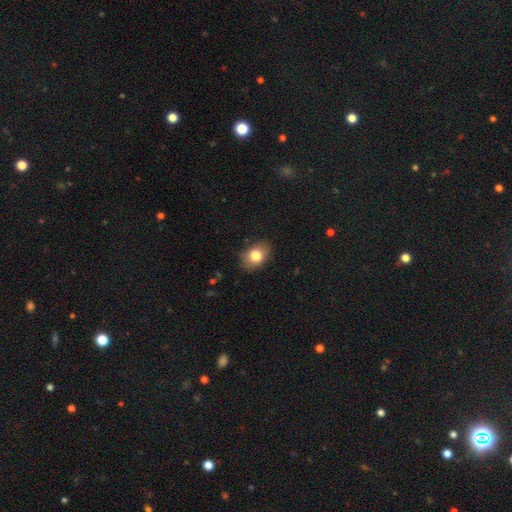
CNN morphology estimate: A smooth galaxy with no disk features (80%) that is in between round and cigar-shaped (70%).

Vote fractions:
- Smooth or featured? smooth: 80% / featured or disk: 11% / star or artifact: 9%
- How rounded? in between: 70% / round: 29% / cigar-shaped: 1%
- Merging? none: 81% / minor disturbance: 14% / major disturbance: 3% / merger: 1%